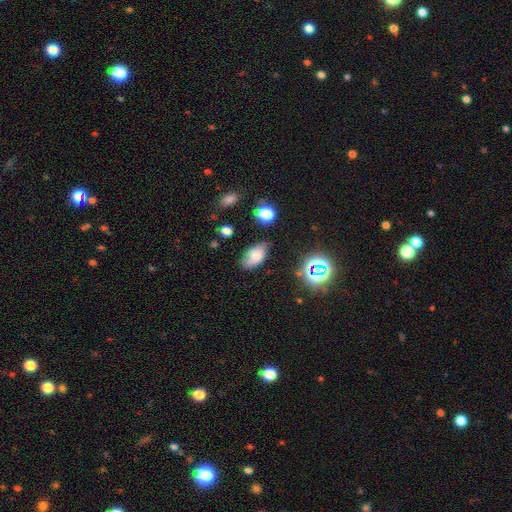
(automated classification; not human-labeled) This appears to be a smooth galaxy with no disk features (63%) that is in between round and cigar-shaped (91%). Merging: none (64%).